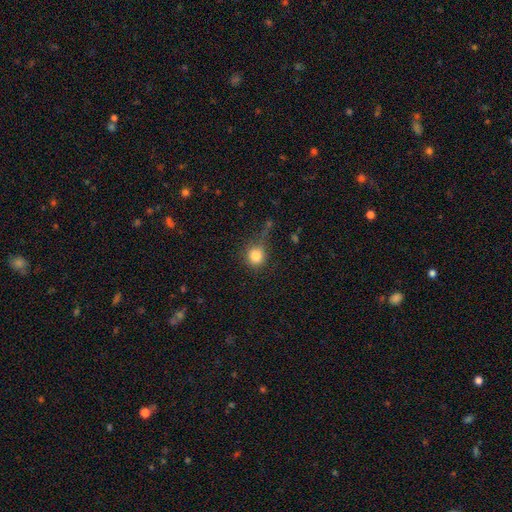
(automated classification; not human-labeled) A smooth galaxy with no disk features (83%) that is round (86%). Merging: none (64%).